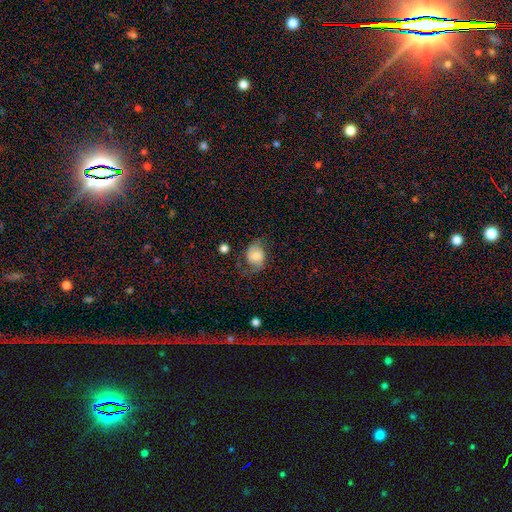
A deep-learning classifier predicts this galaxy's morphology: smooth 60%, featured or disk 31%, star or artifact 9%. Down the decision tree: how rounded — in between (58%); merging — none (51%).